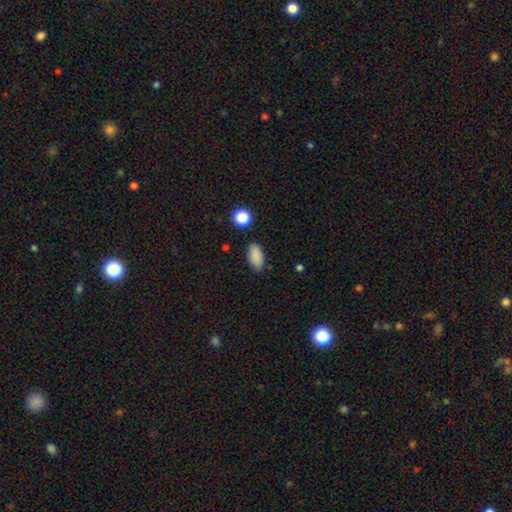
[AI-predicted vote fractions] smooth_or_featured: smooth (p=0.87) [alt: star or artifact p=0.09]
how_rounded: in between (p=0.91) [alt: cigar-shaped p=0.05]
merging: none (p=0.84) [alt: minor disturbance p=0.11]